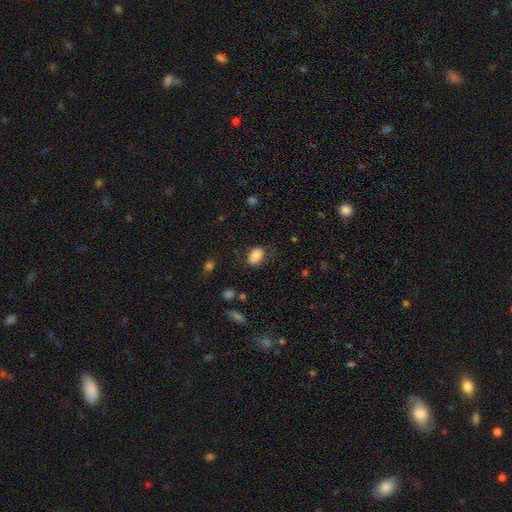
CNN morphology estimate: Smooth or featured: smooth — 83% (star or artifact — 8%)
How rounded: in between — 84% (round — 15%)
Merging: none — 72% (minor disturbance — 20%)